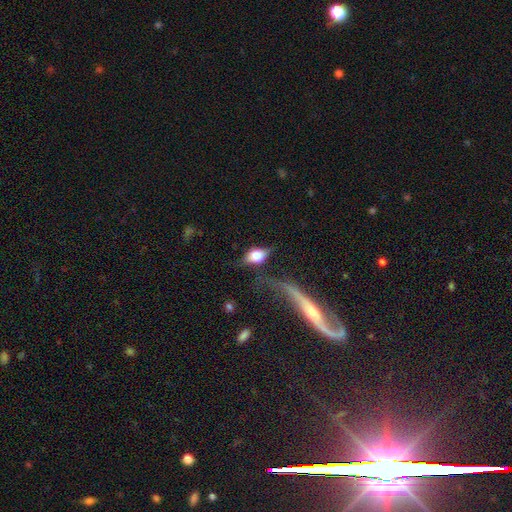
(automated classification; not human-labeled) The model was most divided on "smooth or featured": smooth: 58%, featured or disk: 33%, star or artifact: 9%. Remaining: how rounded — in between (77%); merging — none (49%).